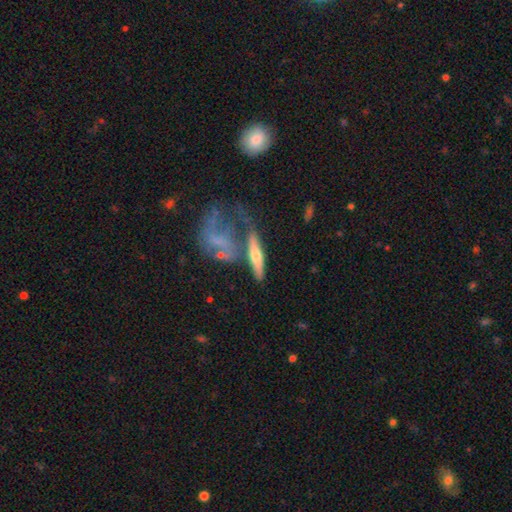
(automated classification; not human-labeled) Q: Smooth or featured?
A: featured or disk (54%); runner-up: smooth (38%)
Q: Edge-on disk?
A: yes (79%); runner-up: no (21%)
Q: Merging?
A: none (53%); runner-up: merger (21%)